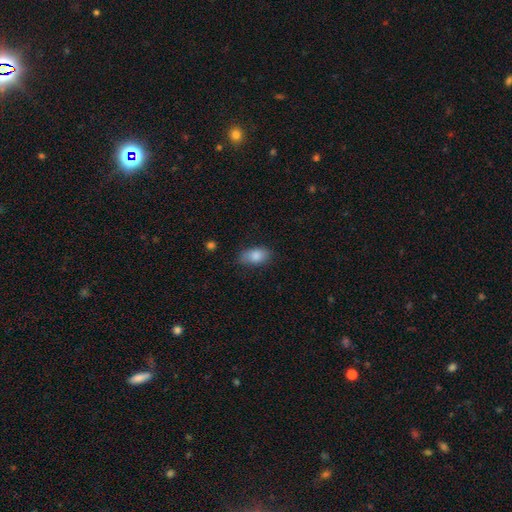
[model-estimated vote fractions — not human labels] smooth_or_featured: smooth (p=0.84) [alt: featured or disk p=0.08]
how_rounded: in between (p=0.90) [alt: round p=0.07]
merging: none (p=0.70) [alt: minor disturbance p=0.23]